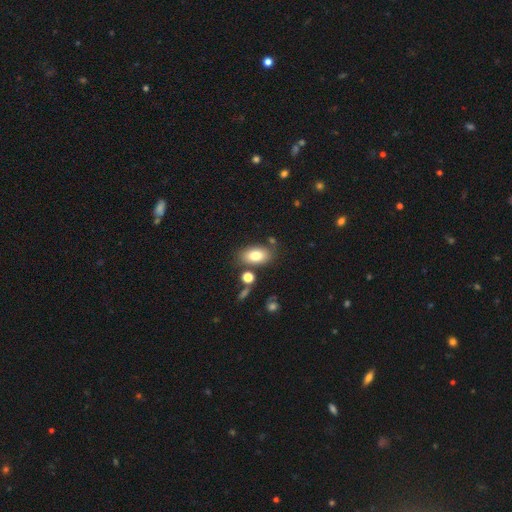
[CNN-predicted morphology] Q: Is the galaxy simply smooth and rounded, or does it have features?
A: smooth — 78%.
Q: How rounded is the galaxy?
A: in between — 90%.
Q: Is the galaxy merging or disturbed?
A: none — 75%.